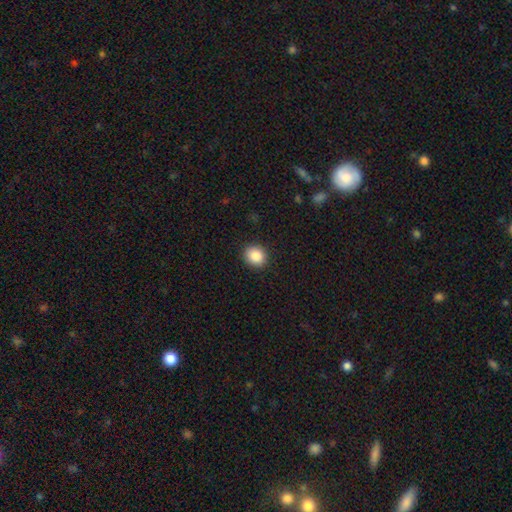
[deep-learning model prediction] Smooth or featured?
  - smooth: 86% *
  - star or artifact: 9%
  - featured or disk: 4%
How rounded?
  - round: 75% *
  - in between: 24%
  - cigar-shaped: 1%
Merging?
  - none: 91% *
  - minor disturbance: 6%
  - major disturbance: 2%
  - merger: 1%